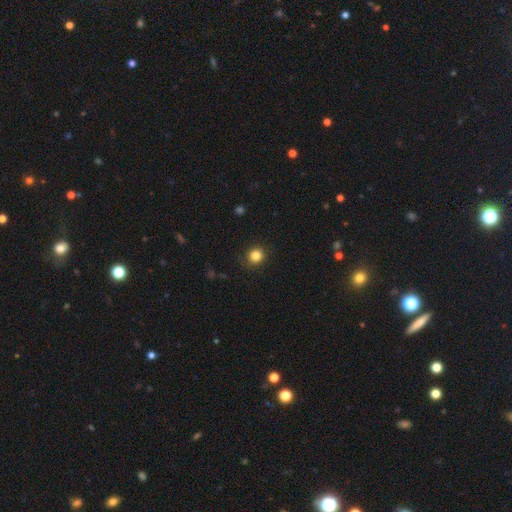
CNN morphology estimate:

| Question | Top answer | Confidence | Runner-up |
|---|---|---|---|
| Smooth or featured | smooth | 84% | star or artifact (11%) |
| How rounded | round | 90% | in between (9%) |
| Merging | none | 88% | minor disturbance (8%) |